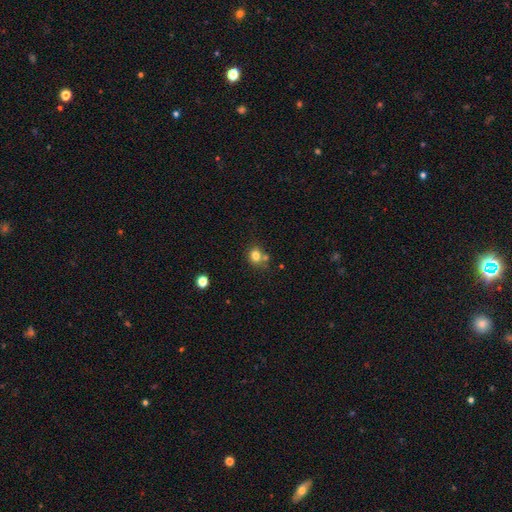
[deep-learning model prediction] smooth_or_featured: smooth (p=0.78) [alt: star or artifact p=0.13]
how_rounded: round (p=0.70) [alt: in between p=0.29]
merging: none (p=0.57) [alt: merger p=0.23]